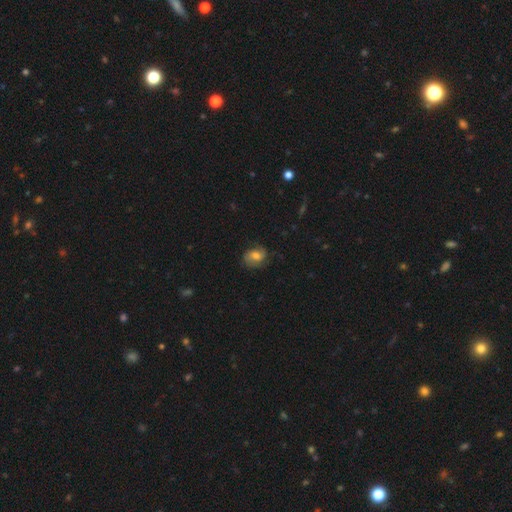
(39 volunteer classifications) Smooth or featured? 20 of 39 (51%) said smooth. How rounded? 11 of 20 (55%) said round. Merging? 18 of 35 (51%) said none.